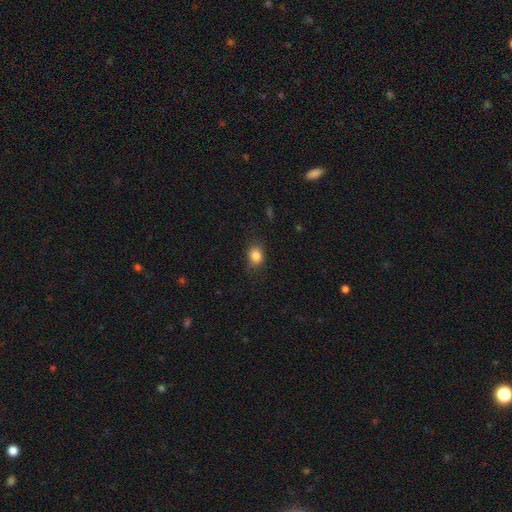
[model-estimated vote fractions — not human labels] This is clearly a smooth galaxy (84%). How rounded: possibly round (50%). Merging: likely none (76%).